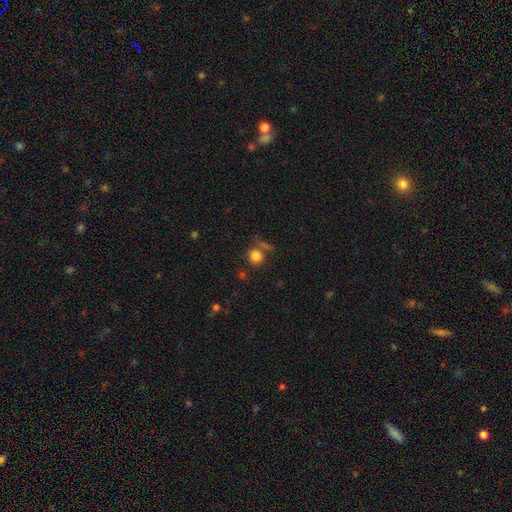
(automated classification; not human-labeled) smooth_or_featured: smooth (p=0.82) [alt: star or artifact p=0.12]
how_rounded: round (p=0.87) [alt: in between p=0.11]
merging: none (p=0.69) [alt: merger p=0.15]